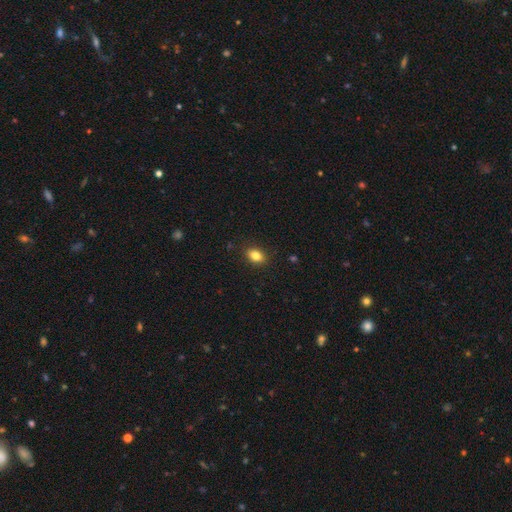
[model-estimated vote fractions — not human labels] smooth-or-featured: smooth: 83% | star or artifact: 10% | featured or disk: 7%
  how-rounded: in between: 75% | round: 23% | cigar-shaped: 1%
  merging: none: 89% | minor disturbance: 8% | major disturbance: 2% | merger: 1%